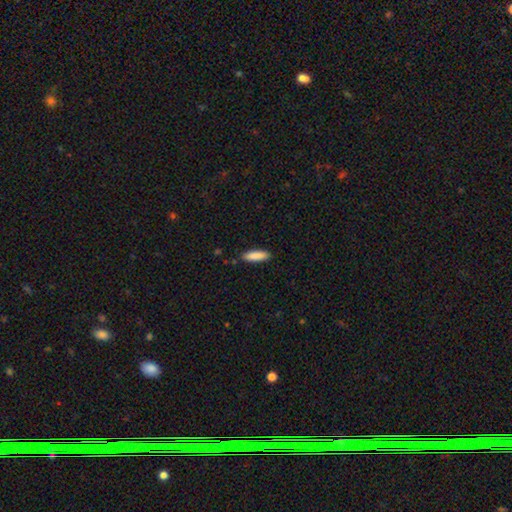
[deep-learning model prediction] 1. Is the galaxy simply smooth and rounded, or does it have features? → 88% smooth, 6% featured or disk, 6% star or artifact.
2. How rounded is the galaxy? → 57% cigar-shaped, 42% in between, 1% round.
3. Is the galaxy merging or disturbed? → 86% none, 10% minor disturbance, 2% major disturbance, 1% merger.